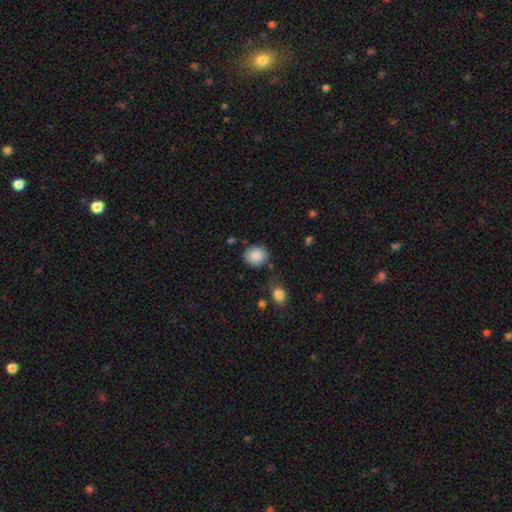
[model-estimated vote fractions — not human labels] A smooth galaxy with no disk features (87%) that is round (78%).

Vote fractions:
- Smooth or featured? smooth: 87% / star or artifact: 8% / featured or disk: 5%
- How rounded? round: 78% / in between: 21% / cigar-shaped: 1%
- Merging? none: 79% / minor disturbance: 14% / major disturbance: 4% / merger: 4%